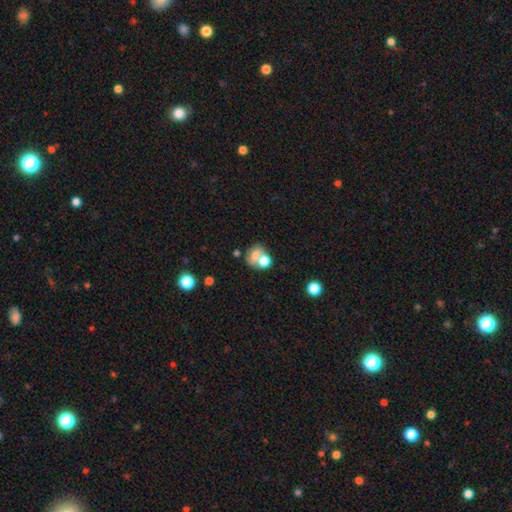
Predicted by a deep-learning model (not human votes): Morphology: type=smooth (66%); roundness=round (54%); merging=merger (47%).